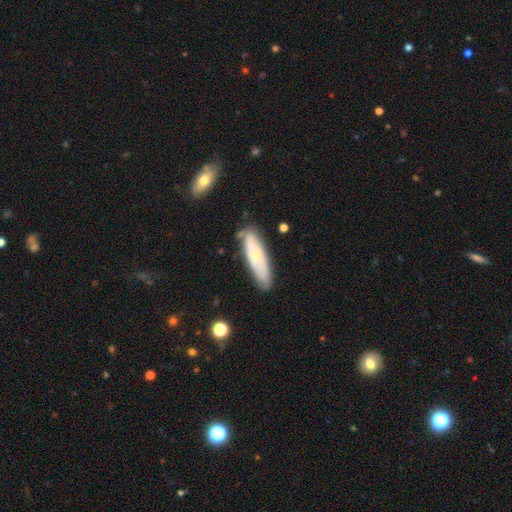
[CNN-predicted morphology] Q: Smooth or featured?
A: smooth (49%); runner-up: featured or disk (44%)
Q: Merging?
A: none (75%); runner-up: minor disturbance (18%)